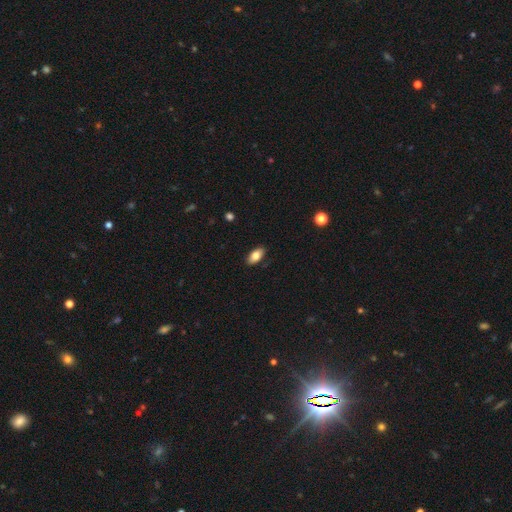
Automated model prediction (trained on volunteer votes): Smooth or featured? Predicted: smooth (p=0.82). How rounded? Predicted: in between (p=0.91). Merging? Predicted: none (p=0.88).